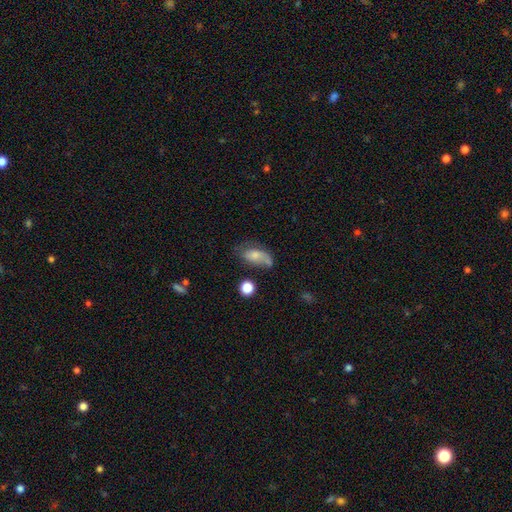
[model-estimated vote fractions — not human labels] Smooth or featured? smooth (68%)
How rounded? in between (87%)
Merging? none (38%)